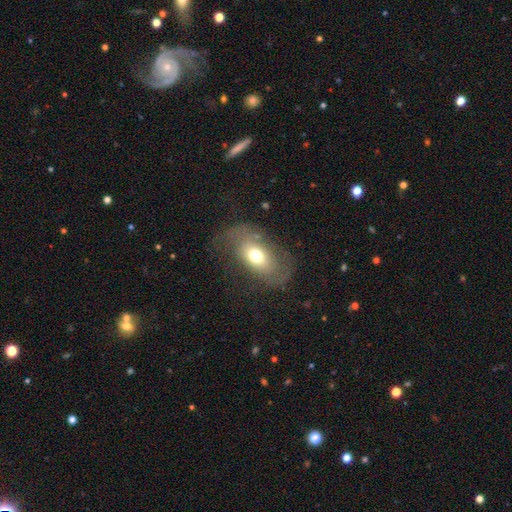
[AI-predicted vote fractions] smooth_or_featured: smooth (p=0.51) [alt: featured or disk p=0.40]
how_rounded: in between (p=0.86) [alt: round p=0.11]
merging: none (p=0.53) [alt: major disturbance p=0.23]